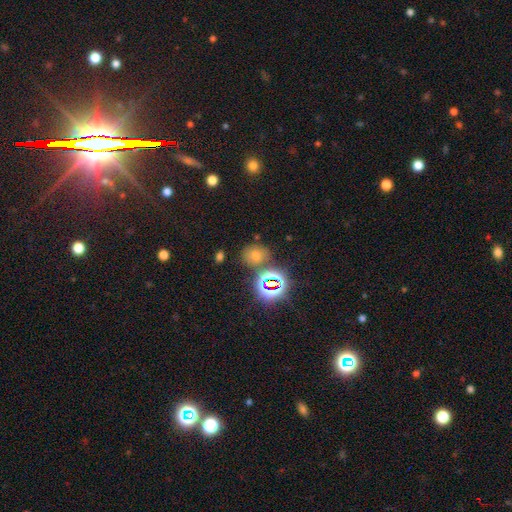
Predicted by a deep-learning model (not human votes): smooth-or-featured: star or artifact: 46% | smooth: 45% | featured or disk: 9%